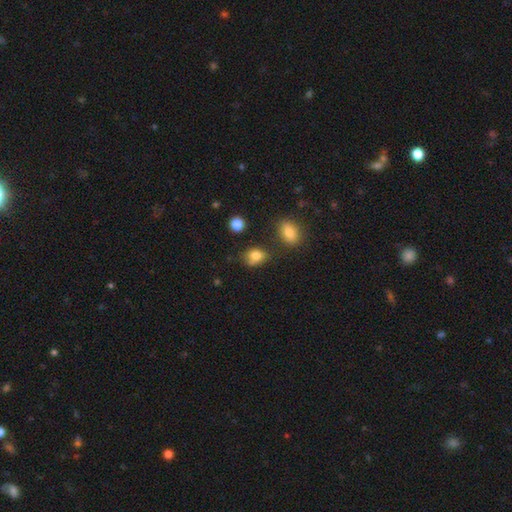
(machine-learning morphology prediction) smooth_or_featured: smooth (p=0.80) [alt: star or artifact p=0.11]
how_rounded: in between (p=0.59) [alt: round p=0.40]
merging: none (p=0.56) [alt: minor disturbance p=0.26]